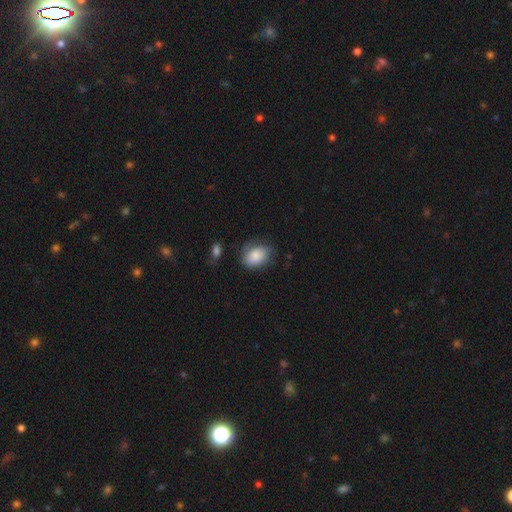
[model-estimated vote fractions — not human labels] This is likely a smooth galaxy (79%). How rounded: likely in between (76%). Merging: possibly none (56%).